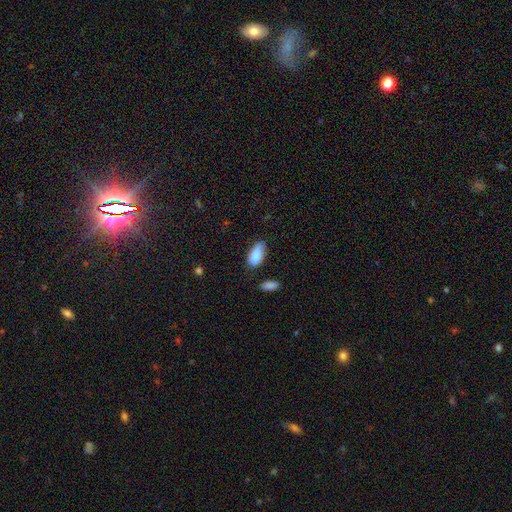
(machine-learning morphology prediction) Smooth or featured?
  - smooth: 87% *
  - star or artifact: 7%
  - featured or disk: 6%
How rounded?
  - in between: 89% *
  - cigar-shaped: 8%
  - round: 2%
Merging?
  - none: 60% *
  - minor disturbance: 29%
  - major disturbance: 6%
  - merger: 4%